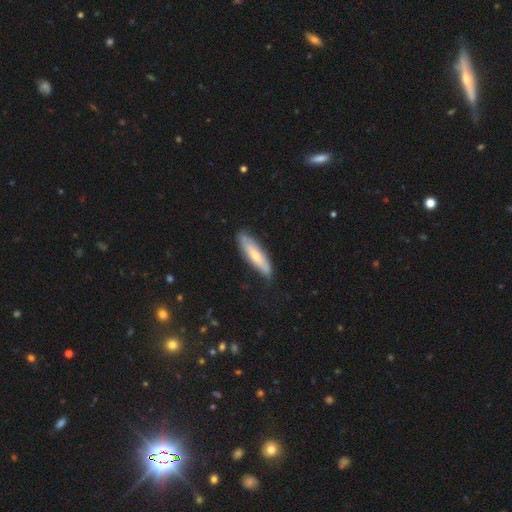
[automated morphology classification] This appears to be a smooth galaxy with no disk features (59%) that is cigar-shaped (64%). Merging: none (75%).